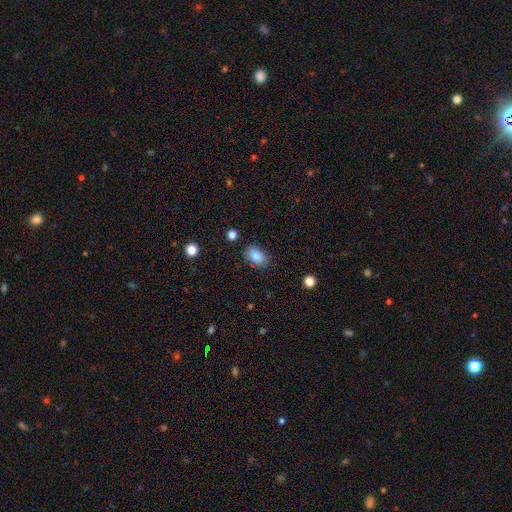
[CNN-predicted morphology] smooth_or_featured: smooth (p=0.84) [alt: star or artifact p=0.09]
how_rounded: in between (p=0.86) [alt: round p=0.13]
merging: none (p=0.82) [alt: minor disturbance p=0.13]